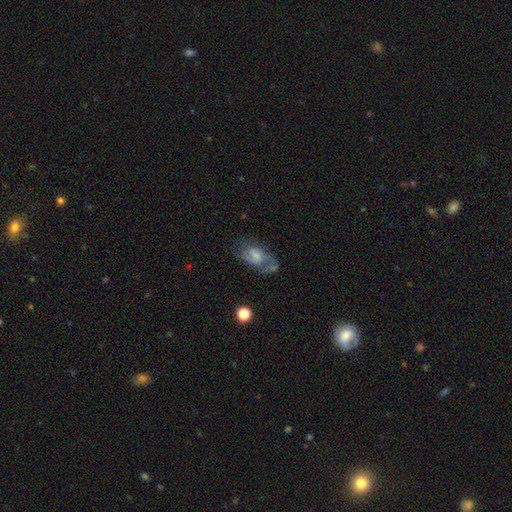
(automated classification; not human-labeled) The model was most divided on "bar": weak: 48%, no: 40%, strong: 12%. Remaining: edge-on disk — no (97%); spiral arms — yes (87%); spiral arm count — 2 (69%); smooth or featured — featured or disk (68%); spiral winding — medium (49%); merging — none (48%); bulge size — small (41%).